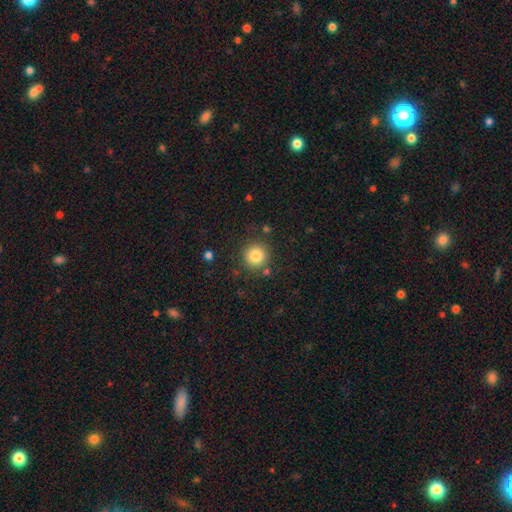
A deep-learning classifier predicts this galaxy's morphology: A smooth galaxy with no disk features (82%) that is round (94%).

Vote fractions:
- Smooth or featured? smooth: 82% / star or artifact: 11% / featured or disk: 7%
- How rounded? round: 94% / in between: 5% / cigar-shaped: 1%
- Merging? none: 86% / minor disturbance: 7% / merger: 3% / major disturbance: 3%